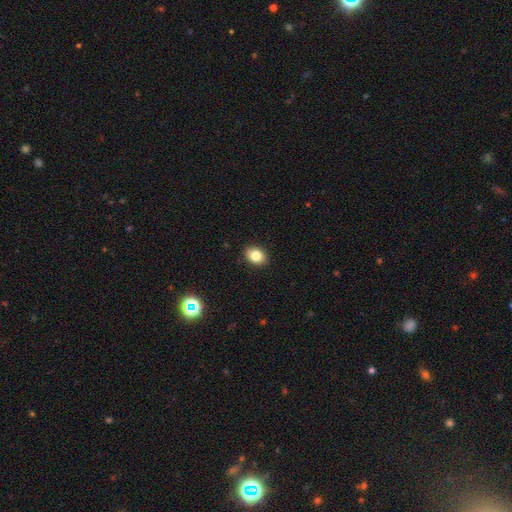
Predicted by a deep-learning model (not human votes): Smooth or featured? Predicted: smooth (p=0.82). How rounded? Predicted: in between (p=0.66). Merging? Predicted: none (p=0.90).